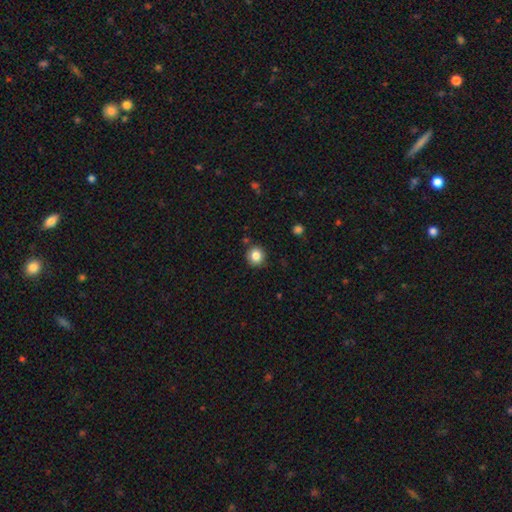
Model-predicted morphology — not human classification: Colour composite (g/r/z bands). It shows a smooth galaxy with no disk features (84%) that is round (89%). Merging: none (88%).